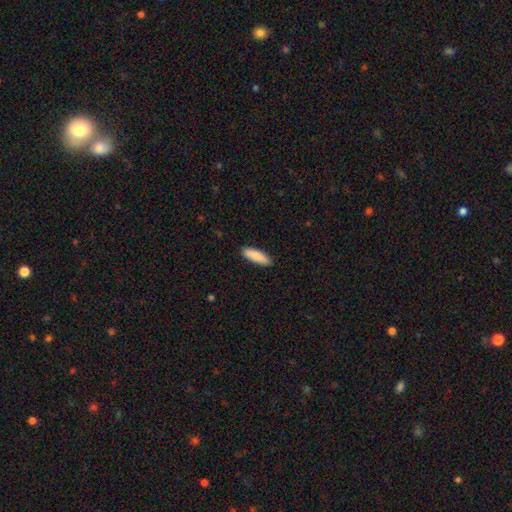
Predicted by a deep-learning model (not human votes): A smooth galaxy with no disk features (86%) that is cigar-shaped (55%). Merging: none (89%).